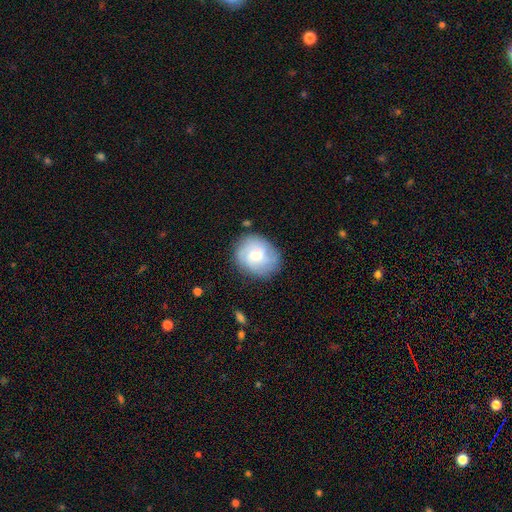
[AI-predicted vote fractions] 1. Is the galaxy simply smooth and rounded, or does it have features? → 48% featured or disk, 44% smooth, 8% star or artifact.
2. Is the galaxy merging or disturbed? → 77% none, 16% minor disturbance, 5% major disturbance, 2% merger.